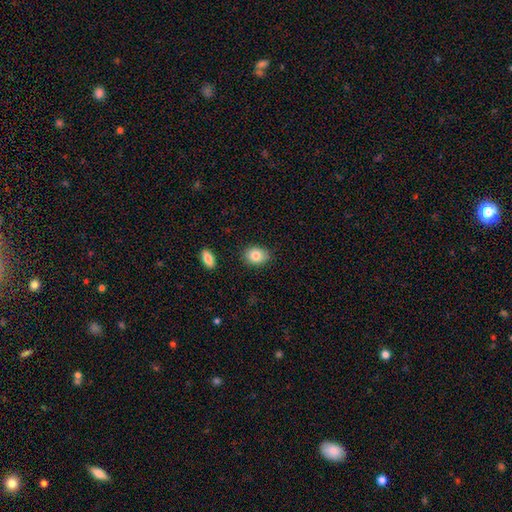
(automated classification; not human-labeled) The model was most divided on "how rounded": in between: 57%, round: 42%, cigar-shaped: 1%. More confident: merging — none (84%); smooth or featured — smooth (84%).